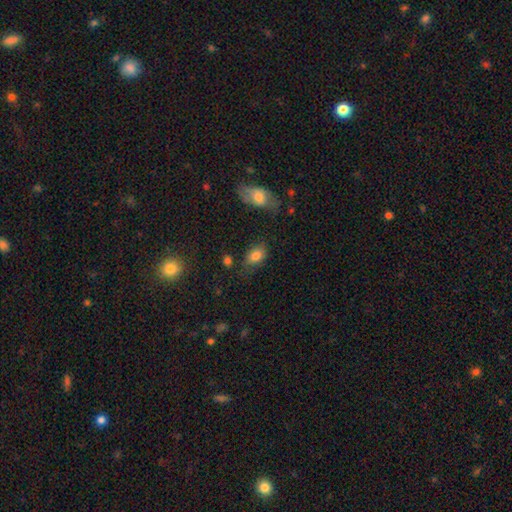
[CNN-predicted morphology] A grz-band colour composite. It shows a smooth galaxy with no disk features (81%) that is in between round and cigar-shaped (85%). Merging: none (68%).